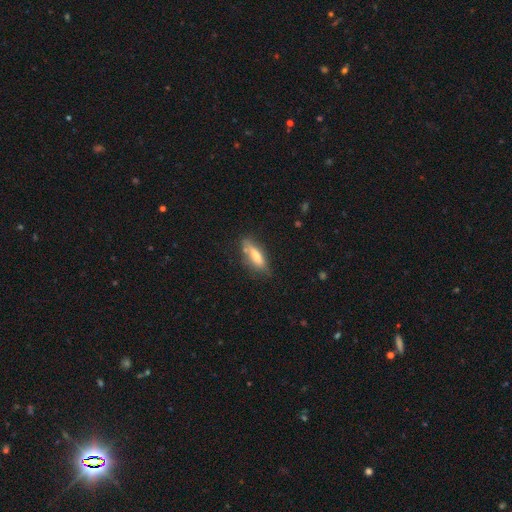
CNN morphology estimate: This appears to be a smooth galaxy with no disk features (59%) that is cigar-shaped (54%). Merging: none (69%).